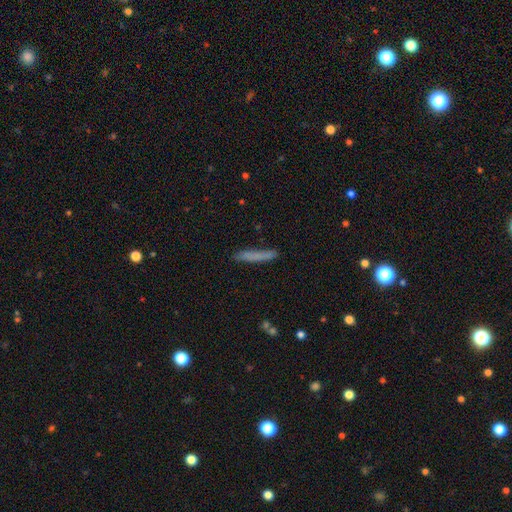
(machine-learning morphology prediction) Smooth or featured? Predicted: smooth (p=0.74). How rounded? Predicted: cigar-shaped (p=0.95). Merging? Predicted: none (p=0.82).